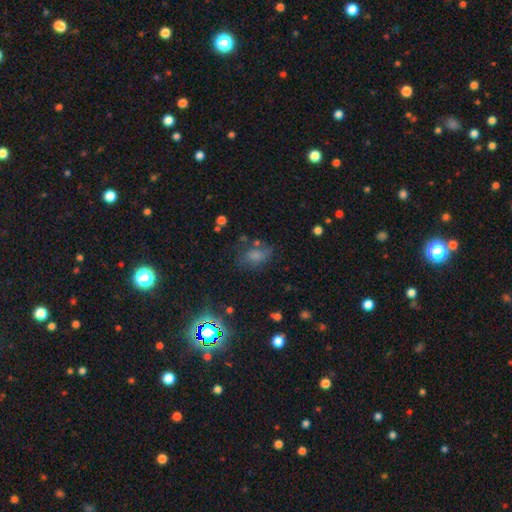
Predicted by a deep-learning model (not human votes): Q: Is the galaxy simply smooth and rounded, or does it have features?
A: smooth — 60%.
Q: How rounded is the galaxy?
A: in between — 78%.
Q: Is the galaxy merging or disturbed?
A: none — 56%.